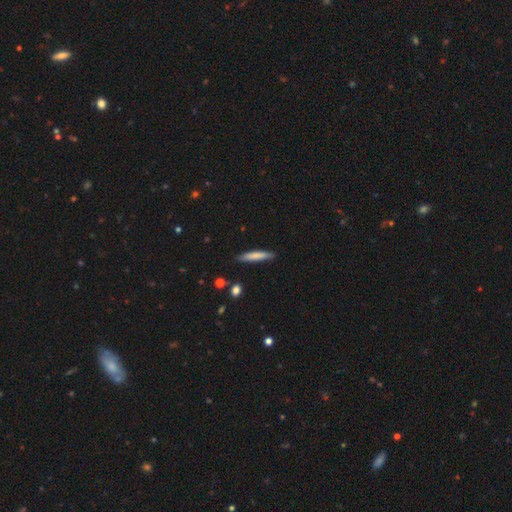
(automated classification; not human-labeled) The model was most divided on "smooth or featured": smooth: 76%, featured or disk: 18%, star or artifact: 6%. More confident: how rounded — cigar-shaped (91%); merging — none (85%).